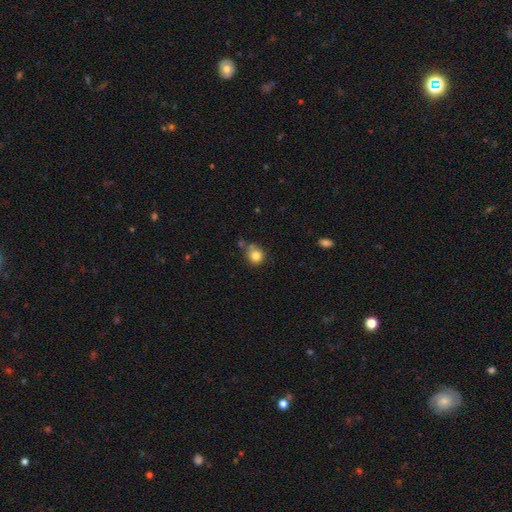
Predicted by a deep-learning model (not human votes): Smooth or featured? Predicted: smooth (p=0.82). How rounded? Predicted: round (p=0.81). Merging? Predicted: none (p=0.60).